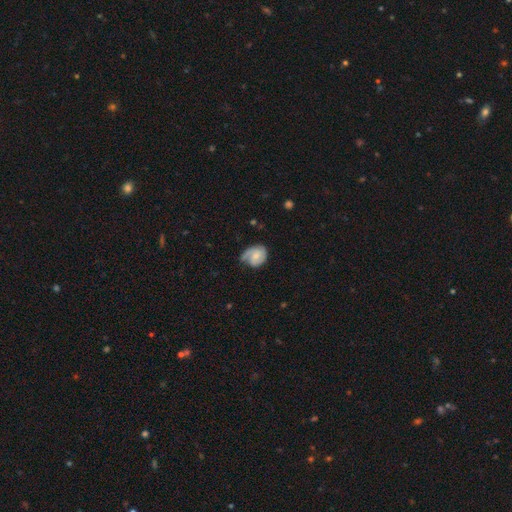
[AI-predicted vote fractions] The model was most divided on "spiral winding": tight: 45%, medium: 37%, loose: 18%. Remaining: edge-on disk — no (97%); spiral arms — yes (89%); bar — no (61%); smooth or featured — featured or disk (60%); bulge size — small (52%); merging — none (48%); spiral arm count — 2 (46%).